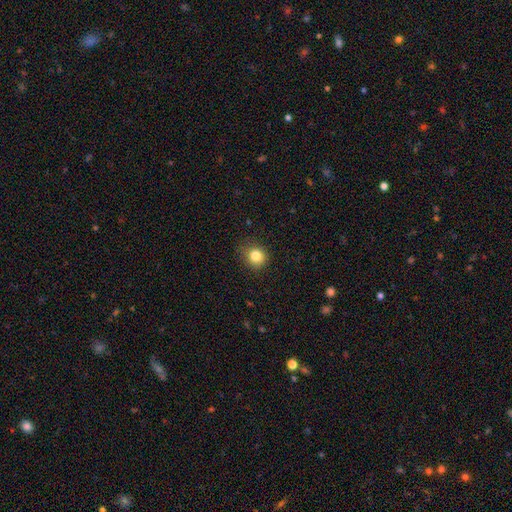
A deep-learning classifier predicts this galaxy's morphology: smooth-or-featured: smooth: 83% | star or artifact: 11% | featured or disk: 6%
  how-rounded: round: 83% | in between: 16% | cigar-shaped: 1%
  merging: none: 82% | minor disturbance: 14% | major disturbance: 3% | merger: 1%